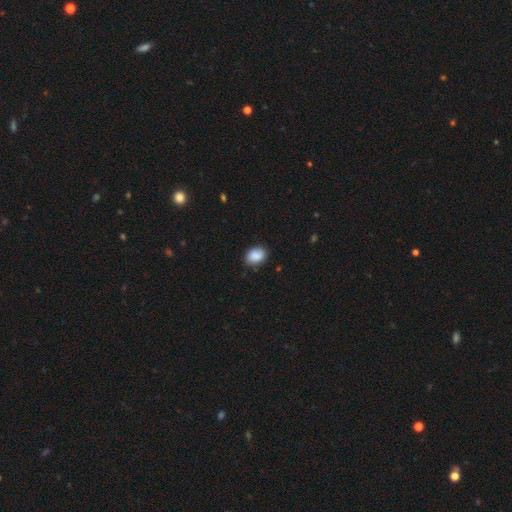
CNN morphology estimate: type=smooth (88%); roundness=in between (67%); merging=none (82%).